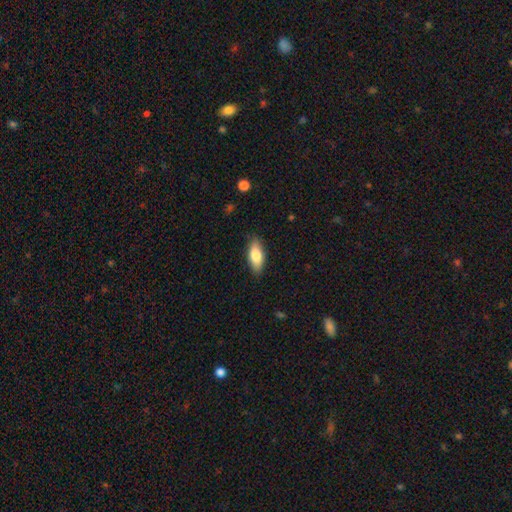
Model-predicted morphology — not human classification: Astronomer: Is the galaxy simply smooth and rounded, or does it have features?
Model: smooth — 78%.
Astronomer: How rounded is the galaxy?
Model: in between — 80%.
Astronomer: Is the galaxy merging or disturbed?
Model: none — 86%.